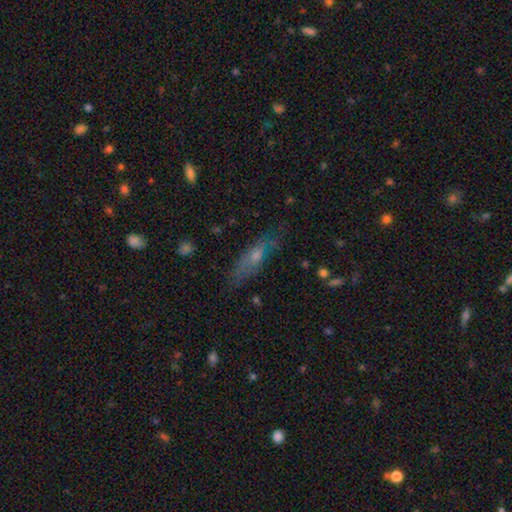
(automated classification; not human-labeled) Smooth or featured? Predicted: smooth (p=0.47). Merging? Predicted: none (p=0.67).